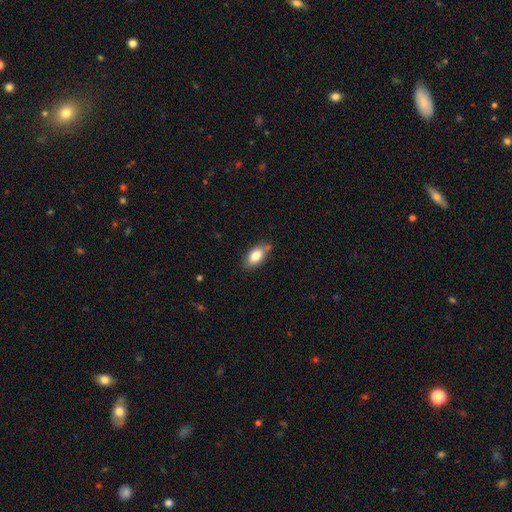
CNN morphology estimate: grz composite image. It shows a smooth galaxy with no disk features (81%) that is in between round and cigar-shaped (90%). Merging: none (74%).